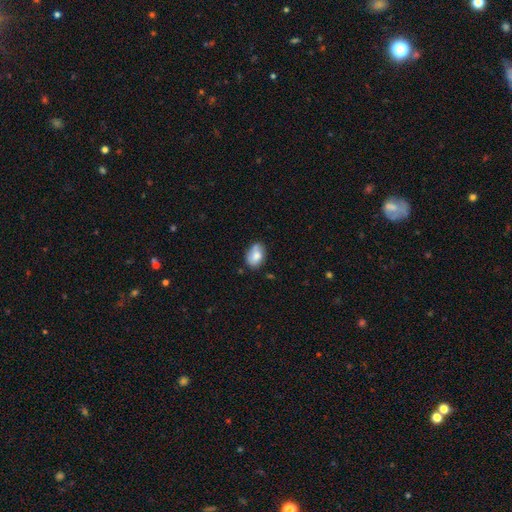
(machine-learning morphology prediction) A smooth galaxy with no disk features (75%) that is in between round and cigar-shaped (80%). Merging: none (57%).